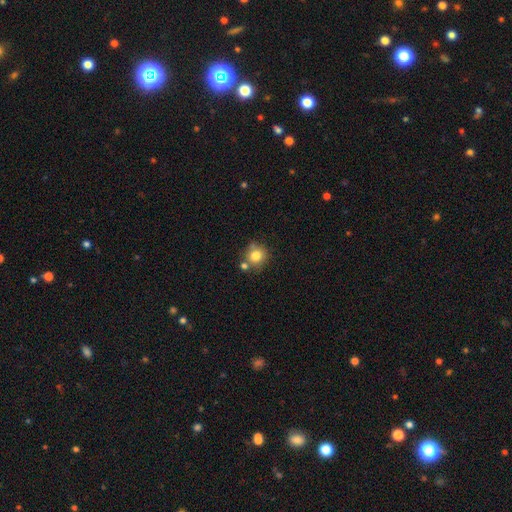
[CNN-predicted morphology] smooth 79%, star or artifact 11%, featured or disk 10%. Down the decision tree: how rounded — round (90%); merging — none (68%).